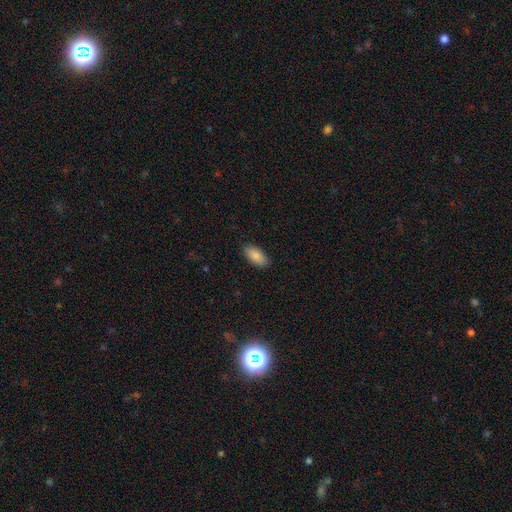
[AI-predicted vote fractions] Overall: smooth (88%). How rounded: in between (92%). Merging: none (88%).